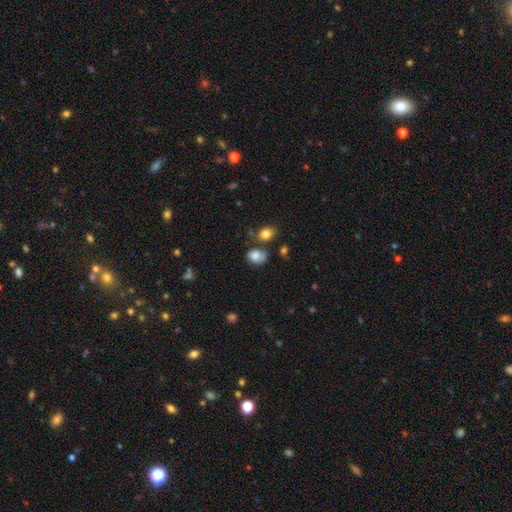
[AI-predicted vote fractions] Q: Smooth or featured?
A: smooth (81%); runner-up: featured or disk (10%)
Q: How rounded?
A: in between (62%); runner-up: round (36%)
Q: Merging?
A: none (50%); runner-up: minor disturbance (25%)